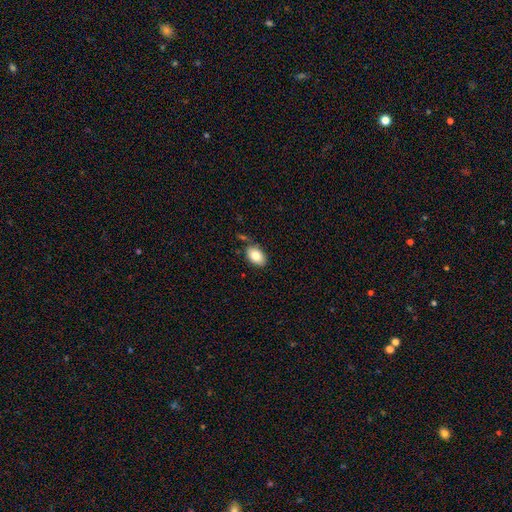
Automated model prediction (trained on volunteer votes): Morphology: type=smooth (82%); roundness=in between (90%); merging=none (75%).